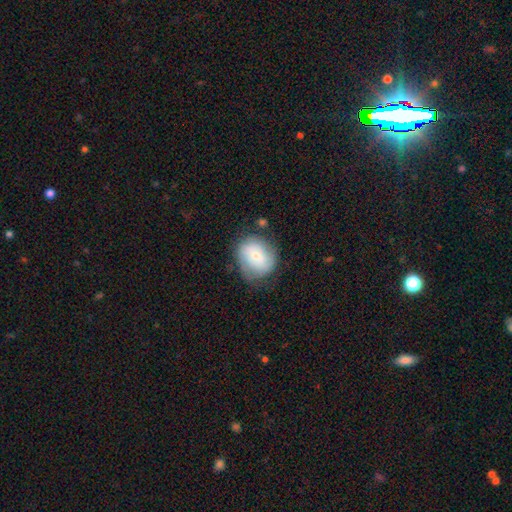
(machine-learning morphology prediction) This appears to be a smooth galaxy with no disk features (58%) that is round (59%). Merging: none (62%).